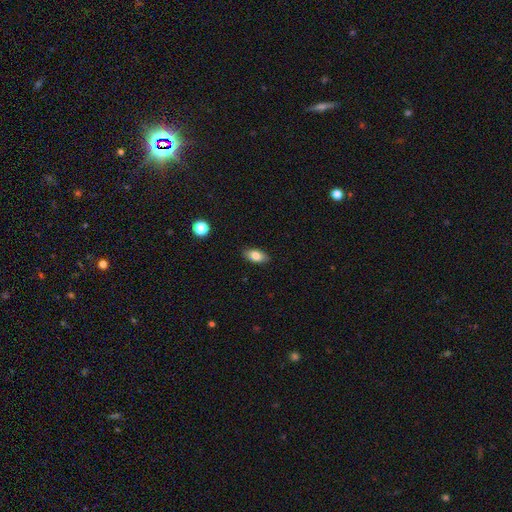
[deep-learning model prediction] The model was most divided on "smooth or featured": smooth: 81%, featured or disk: 11%, star or artifact: 8%. More confident: how rounded — in between (89%); merging — none (87%).